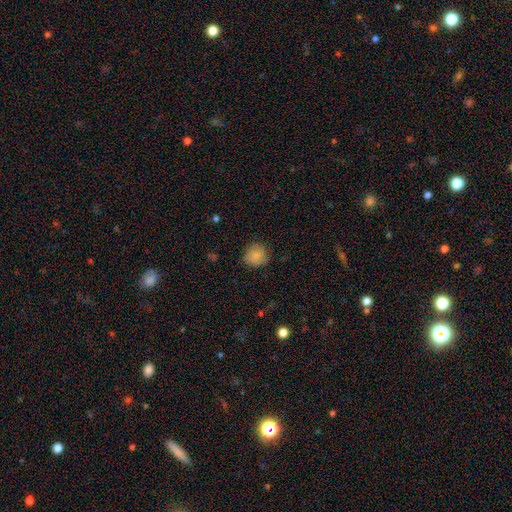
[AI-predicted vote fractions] A smooth galaxy with no disk features (81%) that is round (83%).

Vote fractions:
- Smooth or featured? smooth: 81% / featured or disk: 11% / star or artifact: 8%
- How rounded? round: 83% / in between: 16% / cigar-shaped: 1%
- Merging? none: 79% / minor disturbance: 16% / major disturbance: 4% / merger: 1%